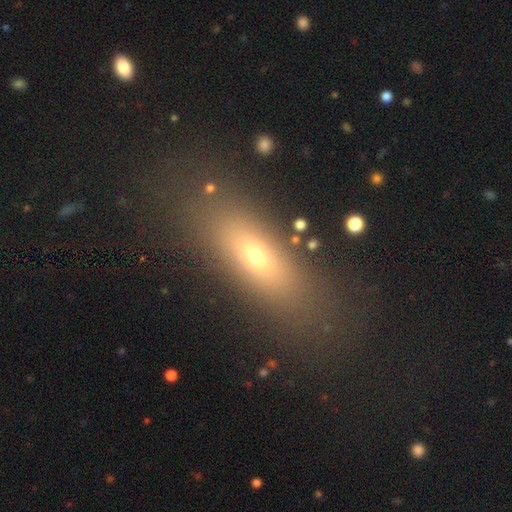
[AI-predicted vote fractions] Overall: smooth (65%). How rounded: in between (57%; cigar-shaped 39%). Merging: none (79%).